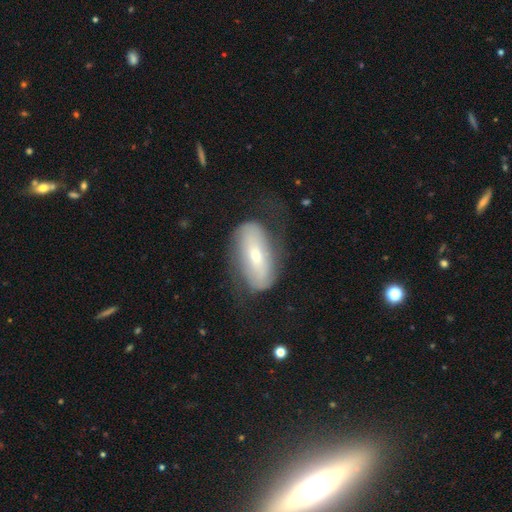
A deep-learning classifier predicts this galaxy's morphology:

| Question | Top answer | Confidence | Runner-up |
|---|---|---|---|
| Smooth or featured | featured or disk | 60% | smooth (33%) |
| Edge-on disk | no | 88% | yes (12%) |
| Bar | no | 38% | strong (35%) |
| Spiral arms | yes | 62% | no (38%) |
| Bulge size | small | 58% | moderate (36%) |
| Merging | none | 57% | minor disturbance (21%) |